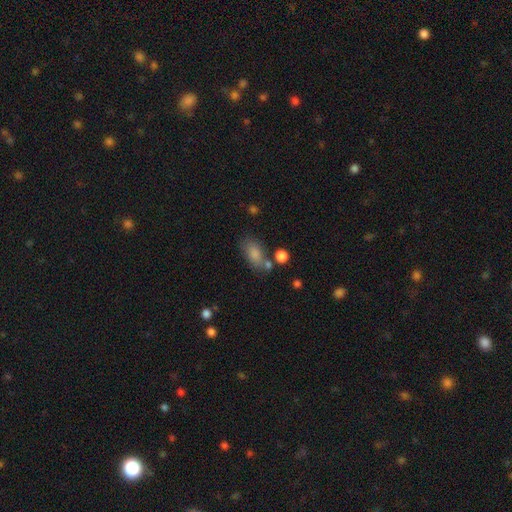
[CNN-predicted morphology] Smooth or featured?
  - smooth: 70% *
  - star or artifact: 19%
  - featured or disk: 11%
How rounded?
  - in between: 84% *
  - round: 12%
  - cigar-shaped: 4%
Merging?
  - none: 69% *
  - minor disturbance: 14%
  - merger: 12%
  - major disturbance: 5%